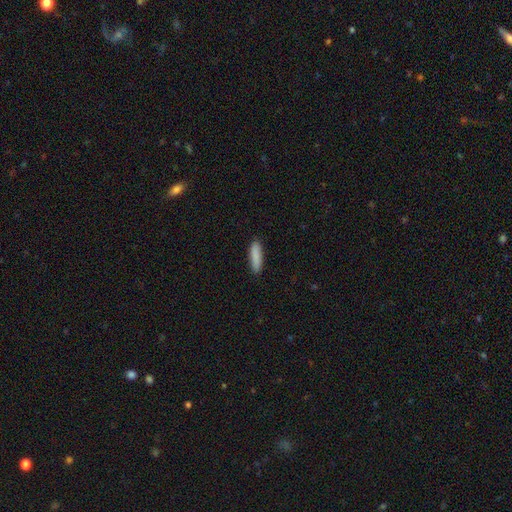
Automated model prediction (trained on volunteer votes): Overall: smooth (88%). How rounded: cigar-shaped (73%). Merging: none (88%).